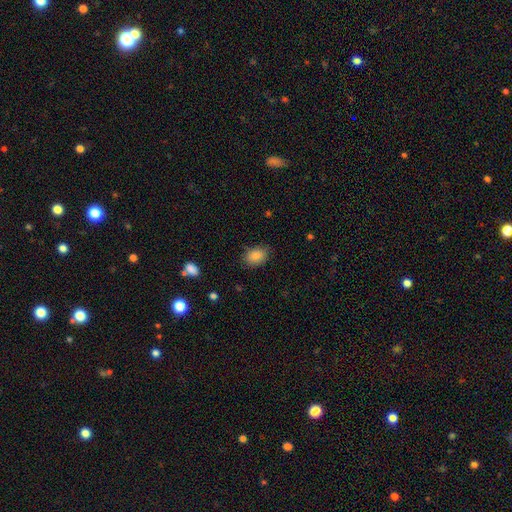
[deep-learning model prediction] A smooth galaxy with no disk features (87%) that is in between round and cigar-shaped (80%). Merging: none (81%).